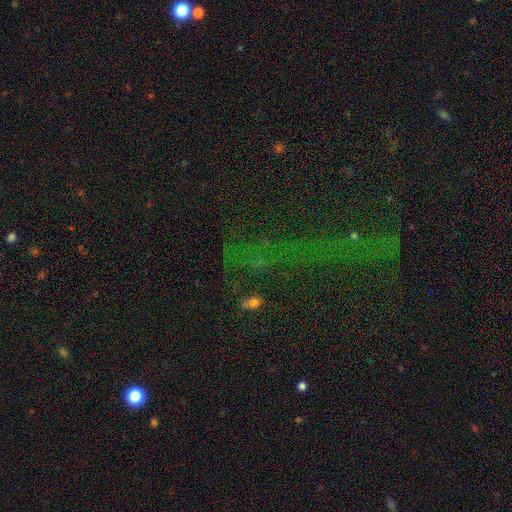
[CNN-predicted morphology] This appears to be a star or artifact, not a galaxy (71%).